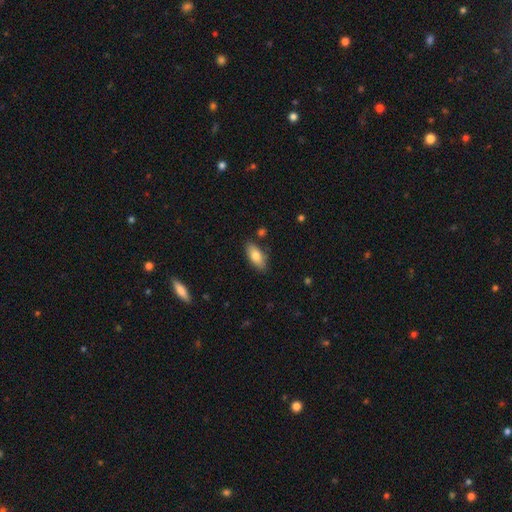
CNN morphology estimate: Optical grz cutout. It shows a smooth galaxy with no disk features (77%) that is in between round and cigar-shaped (86%). Merging: none (82%).